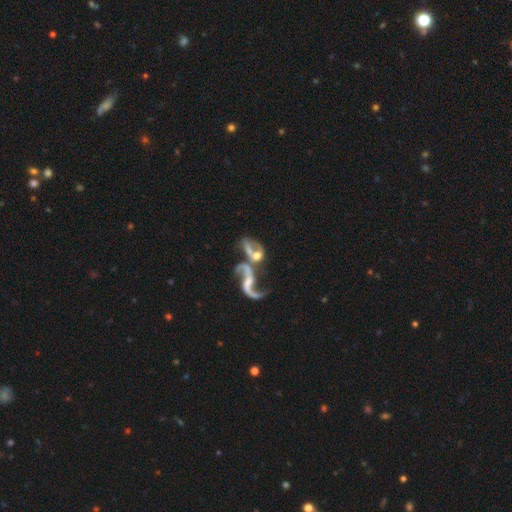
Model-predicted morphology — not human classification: featured or disk 71%, smooth 20%, star or artifact 9%. Down the decision tree: edge-on disk — no (95%); bar — no (56%); spiral arms — yes (74%); bulge size — moderate (35%); merging — merger (62%).